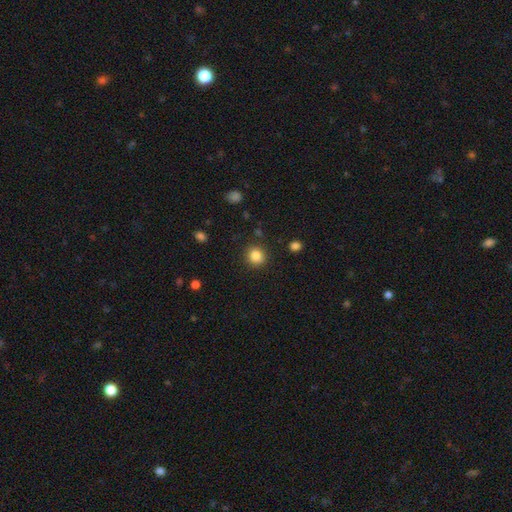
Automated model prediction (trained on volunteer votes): Smooth or featured? Predicted: smooth (p=0.85). How rounded? Predicted: round (p=0.88). Merging? Predicted: none (p=0.89).